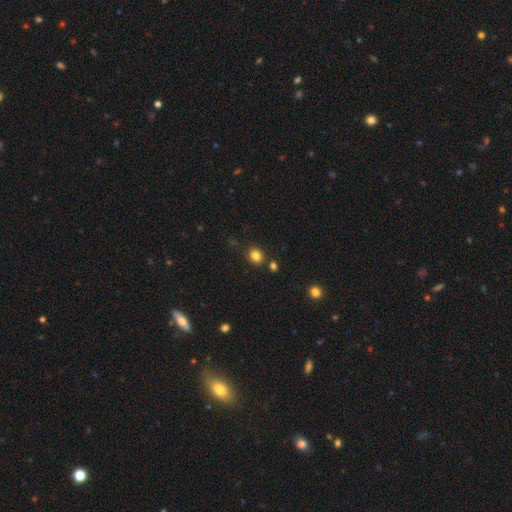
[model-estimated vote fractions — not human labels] smooth-or-featured: smooth: 83% | star or artifact: 12% | featured or disk: 5%
  how-rounded: round: 60% | in between: 39% | cigar-shaped: 1%
  merging: none: 80% | minor disturbance: 10% | merger: 7% | major disturbance: 3%